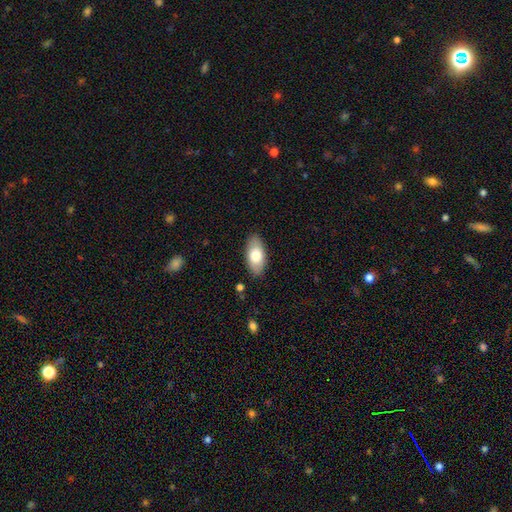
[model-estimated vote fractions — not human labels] Morphology: type=smooth (76%); roundness=in between (93%); merging=none (86%).